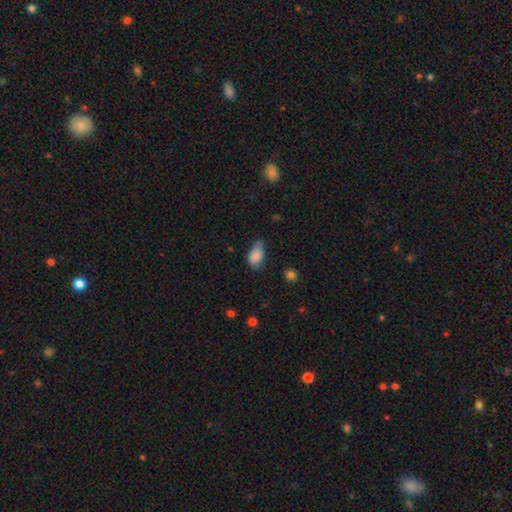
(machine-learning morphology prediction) Smooth or featured? smooth (83%)
How rounded? in between (89%)
Merging? minor disturbance (43%)